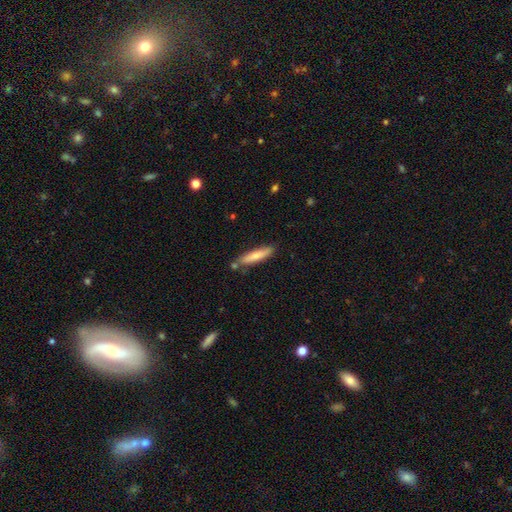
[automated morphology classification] This is likely a smooth galaxy (72%). How rounded: clearly cigar-shaped (84%). Merging: likely none (75%).